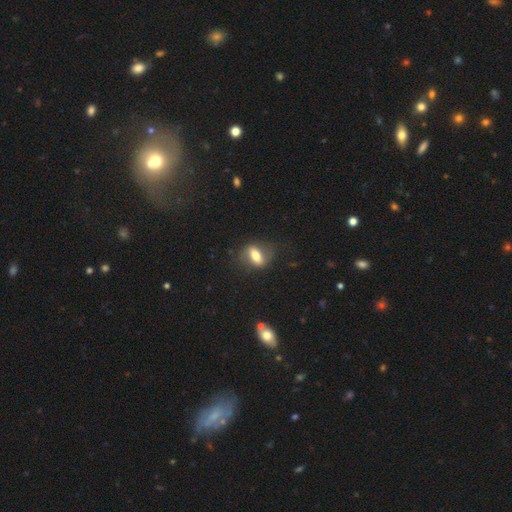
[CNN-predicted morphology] type=smooth (57%); roundness=in between (72%); merging=none (71%).